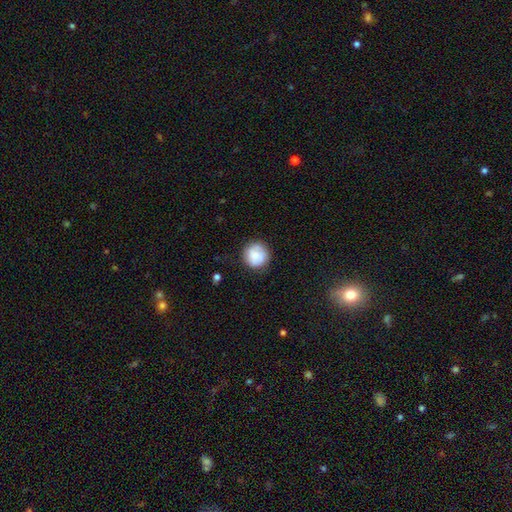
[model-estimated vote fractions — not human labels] Q: Smooth or featured?
A: smooth (79%); runner-up: featured or disk (14%)
Q: How rounded?
A: round (92%); runner-up: in between (7%)
Q: Merging?
A: none (78%); runner-up: minor disturbance (15%)